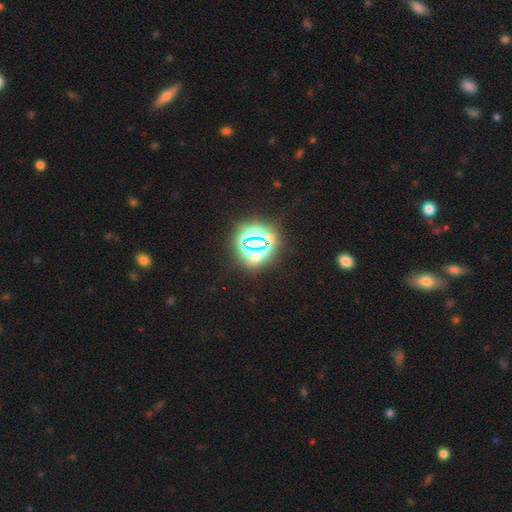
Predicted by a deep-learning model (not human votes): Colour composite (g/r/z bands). It shows a star or artifact, not a galaxy (76%).